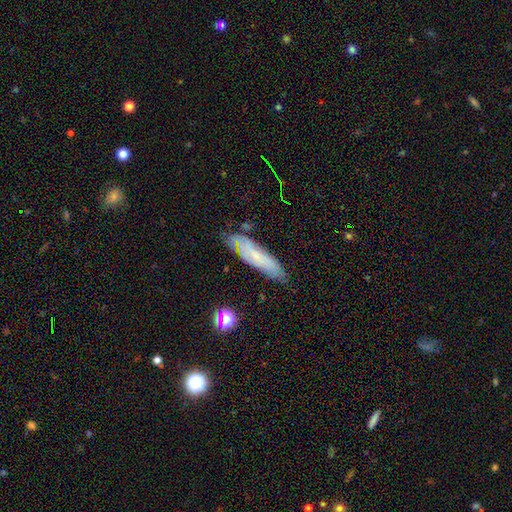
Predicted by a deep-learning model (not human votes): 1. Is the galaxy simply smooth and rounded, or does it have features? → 57% featured or disk, 32% smooth, 11% star or artifact.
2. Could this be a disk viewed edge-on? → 67% no, 33% yes.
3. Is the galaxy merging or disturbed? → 73% none, 19% minor disturbance, 5% major disturbance, 3% merger.